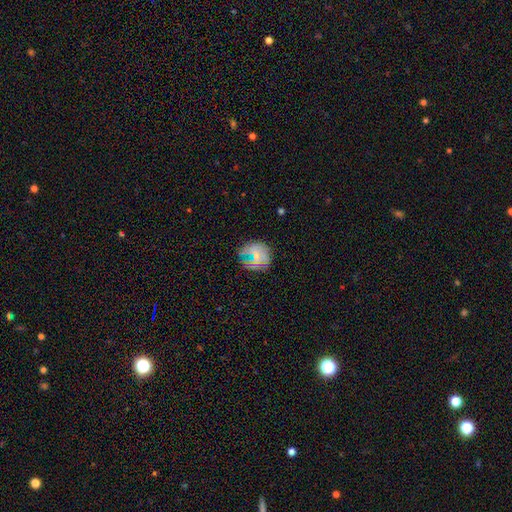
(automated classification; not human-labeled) A smooth galaxy with no disk features (58%) that is round (86%).

Vote fractions:
- Smooth or featured? smooth: 58% / featured or disk: 27% / star or artifact: 15%
- How rounded? round: 86% / in between: 13% / cigar-shaped: 1%
- Merging? none: 69% / minor disturbance: 19% / major disturbance: 9% / merger: 3%